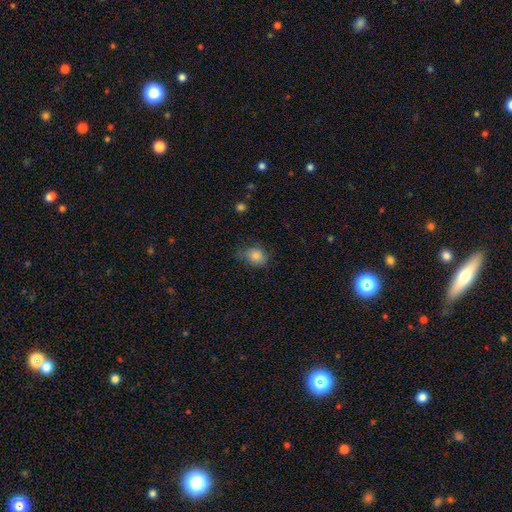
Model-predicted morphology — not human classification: Q: Smooth or featured?
A: smooth (82%); runner-up: star or artifact (10%)
Q: How rounded?
A: in between (50%); runner-up: round (49%)
Q: Merging?
A: none (62%); runner-up: minor disturbance (29%)